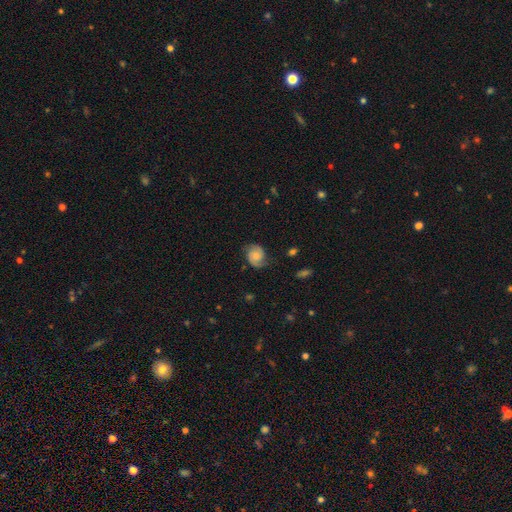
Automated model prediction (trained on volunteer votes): Smooth or featured: featured or disk — 65% (smooth — 27%)
Edge-on disk: no — 98% (yes — 2%)
Bar: no — 69% (weak — 27%)
Spiral arms: yes — 94% (no — 6%)
Spiral winding: medium — 44% (tight — 36%)
Spiral arm count: 2 — 87% (can't tell — 6%)
Bulge size: small — 35% (moderate — 34%)
Merging: none — 73% (minor disturbance — 19%)